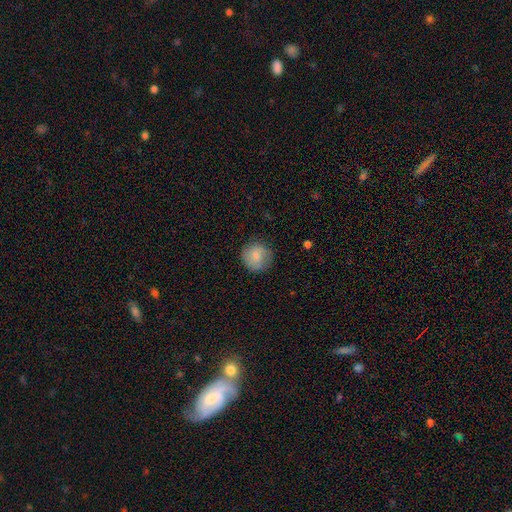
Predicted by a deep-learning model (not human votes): A smooth galaxy with no disk features (81%) that is round (92%). Merging: none (80%).